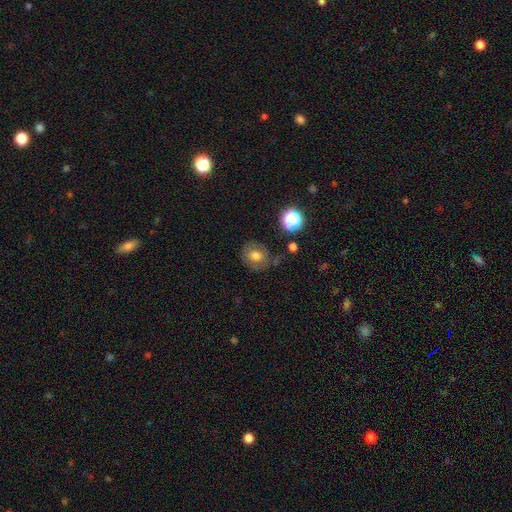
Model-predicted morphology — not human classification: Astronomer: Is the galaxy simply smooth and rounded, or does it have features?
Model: smooth — 65%.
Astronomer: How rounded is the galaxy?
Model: round — 69%.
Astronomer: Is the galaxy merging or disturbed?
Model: none — 57%.